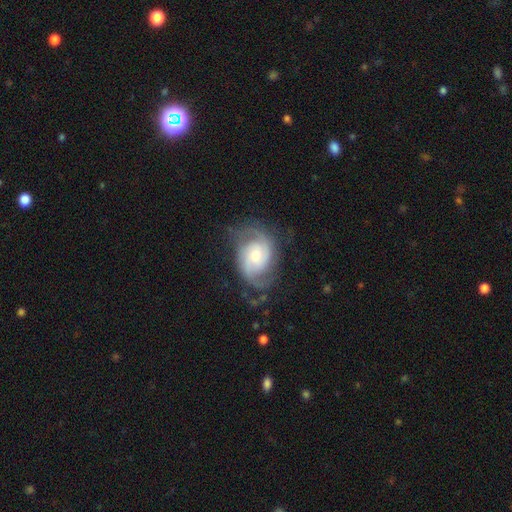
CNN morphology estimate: smooth-or-featured: featured or disk: 84% | smooth: 10% | star or artifact: 5%
  disk-edge-on: no: 97% | yes: 3%
    bar: no: 58% | weak: 35% | strong: 7%
    has-spiral-arms: yes: 96% | no: 4%
      spiral-winding: medium: 45% | tight: 40% | loose: 16%
      spiral-arm-count: 2: 76% | can't tell: 10% | 3: 7% | 1: 3% | 4: 2% | more than 4: 2%
    bulge-size: moderate: 61% | small: 31% | large: 5% | none: 1% | dominant: 1%
  merging: none: 69% | minor disturbance: 19% | major disturbance: 10% | merger: 1%